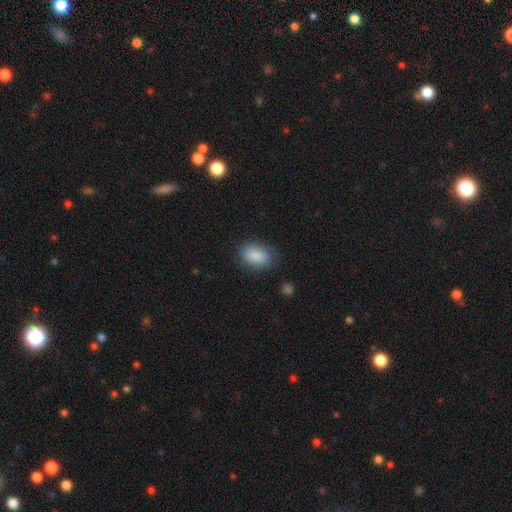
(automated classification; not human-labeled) Smooth or featured? Predicted: smooth (p=0.87). How rounded? Predicted: in between (p=0.86). Merging? Predicted: none (p=0.76).